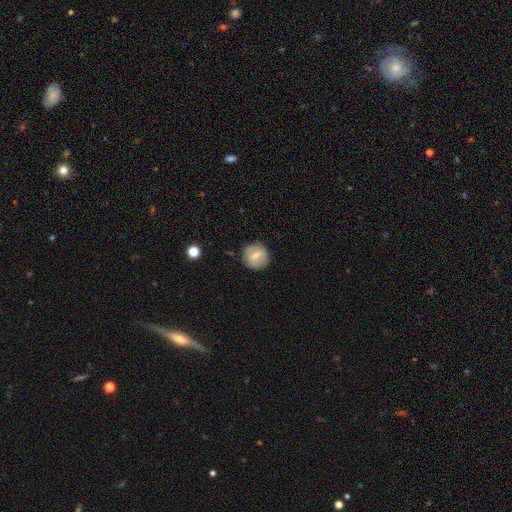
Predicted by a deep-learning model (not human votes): This appears to be a smooth galaxy with no disk features (65%) that is round (92%). Merging: none (86%).